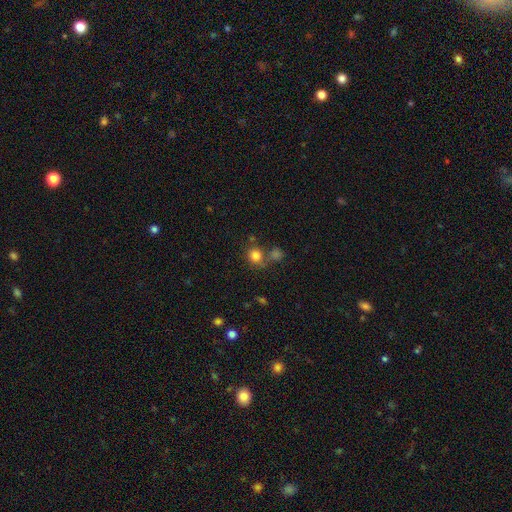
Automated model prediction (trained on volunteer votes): This is clearly a smooth galaxy (81%). How rounded: clearly round (85%). Merging: likely none (62%).